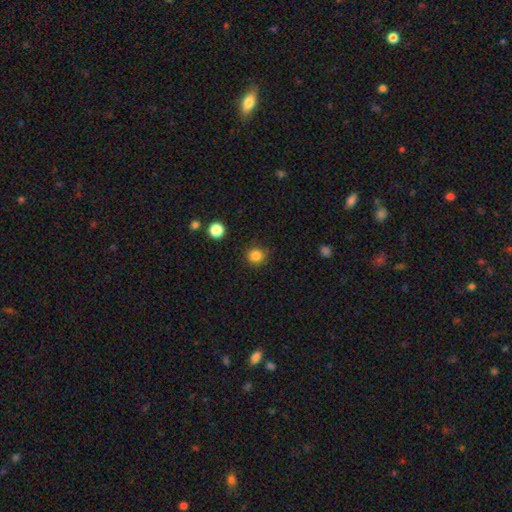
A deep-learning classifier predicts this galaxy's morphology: smooth-or-featured: smooth: 84% | star or artifact: 12% | featured or disk: 4%
  how-rounded: round: 93% | in between: 6% | cigar-shaped: 1%
  merging: none: 88% | minor disturbance: 8% | major disturbance: 2% | merger: 1%